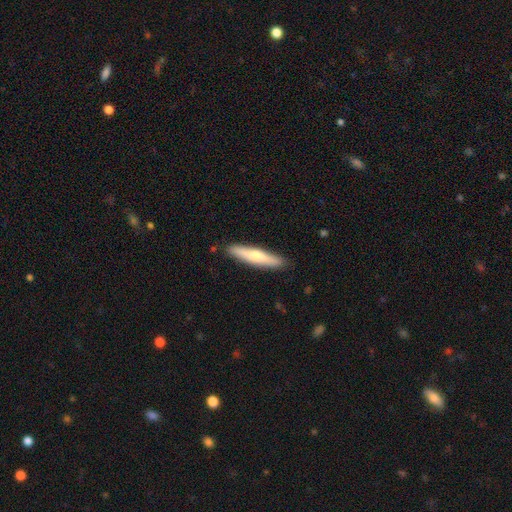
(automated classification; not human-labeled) Overall: smooth (60%; featured or disk 35%). How rounded: cigar-shaped (88%). Merging: none (89%).